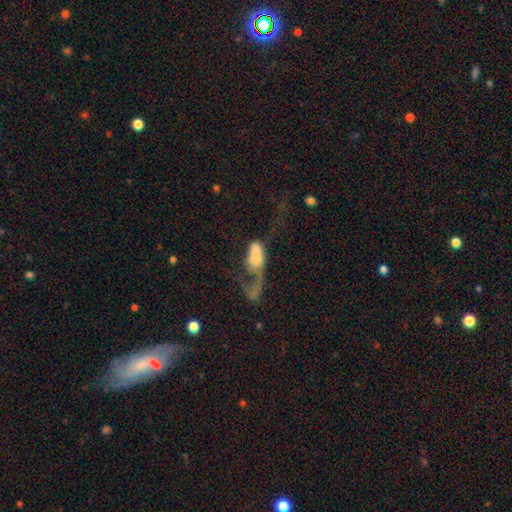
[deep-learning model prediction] Overall: smooth (55%; featured or disk 36%). How rounded: in between (86%). Merging: major disturbance (59%; merger 20%).